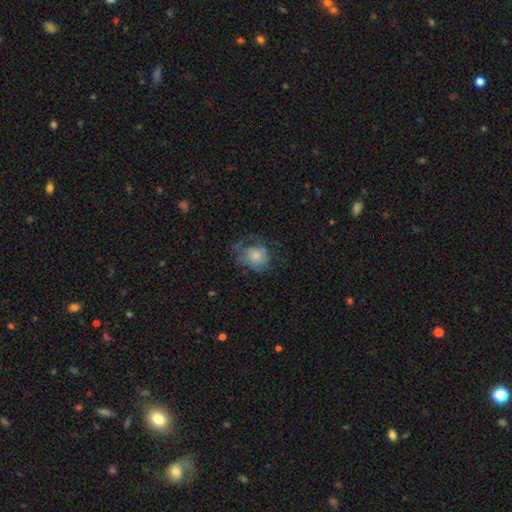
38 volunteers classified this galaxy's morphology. smooth_or_featured: smooth (p=0.68) [alt: featured or disk p=0.26]
how_rounded: round (p=0.54) [alt: in between p=0.46]
merging: none (p=0.36) [tied with: major disturbance p=0.36]